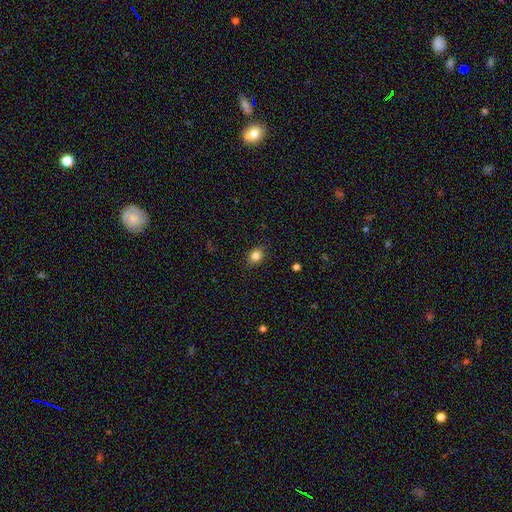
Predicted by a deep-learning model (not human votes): smooth-or-featured: smooth: 83% | star or artifact: 11% | featured or disk: 6%
  how-rounded: round: 51% | in between: 48% | cigar-shaped: 1%
  merging: none: 88% | minor disturbance: 9% | major disturbance: 2% | merger: 1%